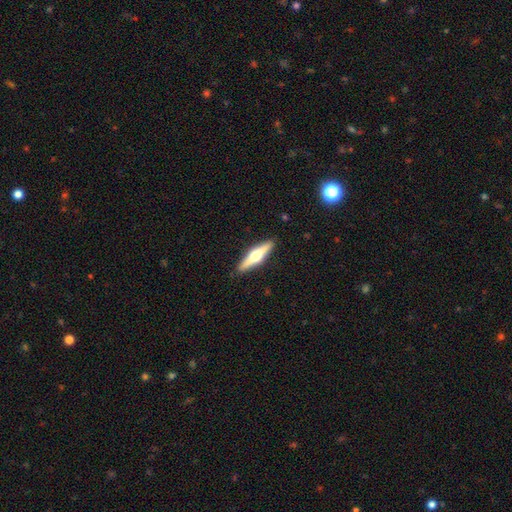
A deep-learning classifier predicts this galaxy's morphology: featured or disk 64%, smooth 31%, star or artifact 5%. Down the decision tree: edge-on disk — yes (97%); edge-on bulge — rounded (95%); merging — none (91%).